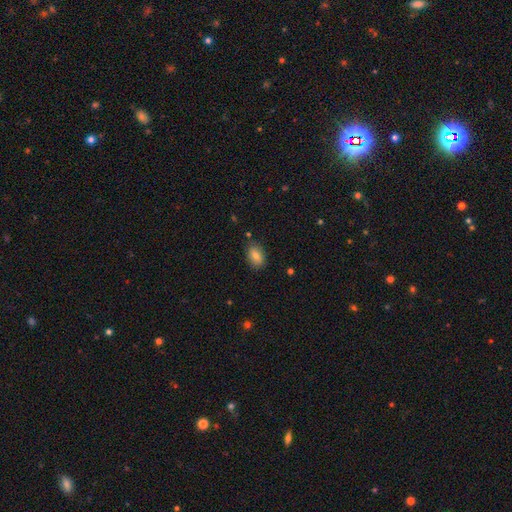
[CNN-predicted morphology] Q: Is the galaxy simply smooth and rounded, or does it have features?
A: smooth — 79%.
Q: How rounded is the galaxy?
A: in between — 87%.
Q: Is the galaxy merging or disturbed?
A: none — 81%.